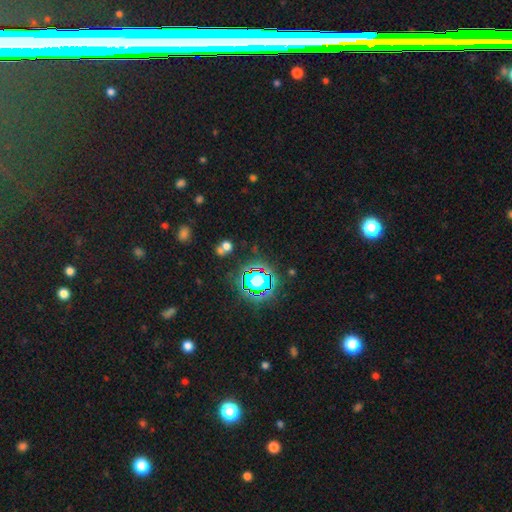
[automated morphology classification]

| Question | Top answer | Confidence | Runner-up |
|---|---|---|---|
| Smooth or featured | star or artifact | 78% | smooth (14%) |